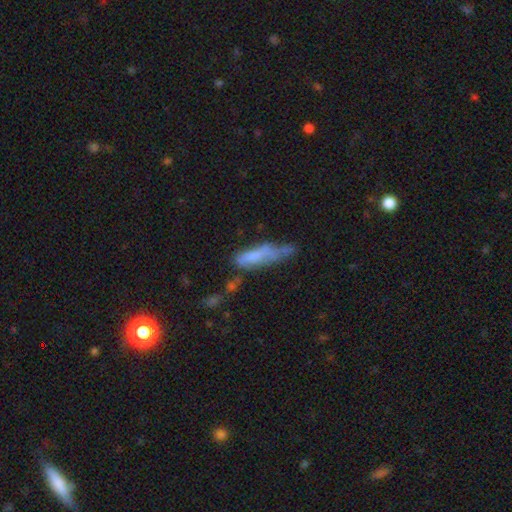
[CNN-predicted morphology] type=smooth (62%); roundness=cigar-shaped (63%); merging=none (30%).